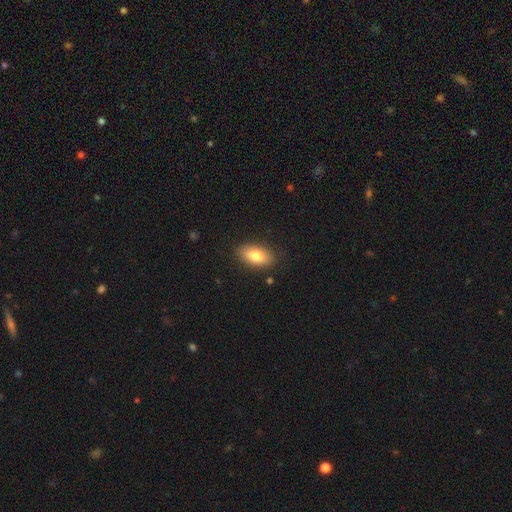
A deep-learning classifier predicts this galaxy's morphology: smooth 79%, featured or disk 14%, star or artifact 7%. Down the decision tree: how rounded — in between (90%); merging — none (86%).